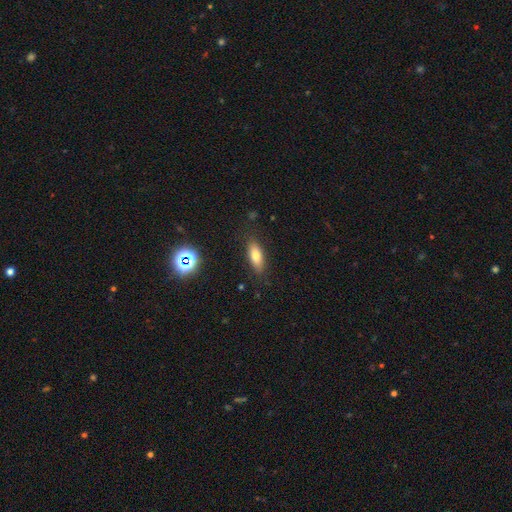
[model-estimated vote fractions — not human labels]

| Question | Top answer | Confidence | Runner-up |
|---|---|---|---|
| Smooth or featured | smooth | 74% | featured or disk (16%) |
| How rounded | in between | 71% | cigar-shaped (25%) |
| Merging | none | 85% | minor disturbance (11%) |